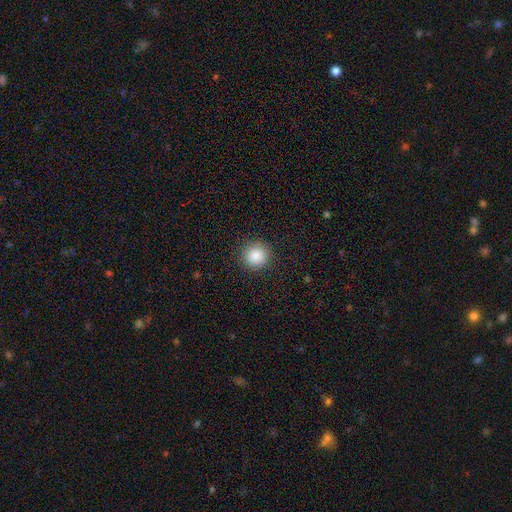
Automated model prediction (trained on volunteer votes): The model was most divided on "smooth or featured": smooth: 87%, star or artifact: 9%, featured or disk: 3%. More confident: how rounded — round (93%); merging — none (91%).